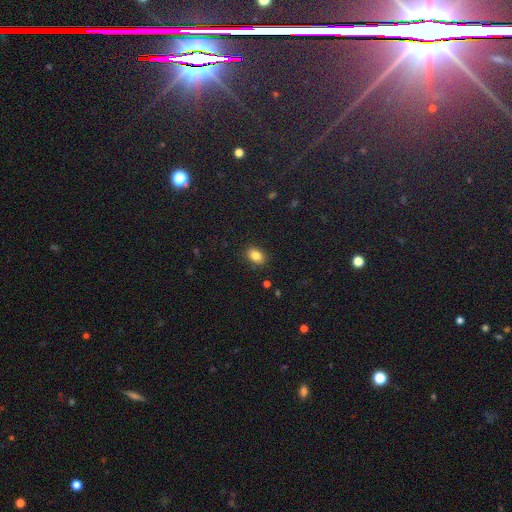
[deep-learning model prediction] Smooth or featured?
  - smooth: 84% *
  - star or artifact: 10%
  - featured or disk: 6%
How rounded?
  - in between: 81% *
  - round: 18%
  - cigar-shaped: 1%
Merging?
  - none: 87% *
  - minor disturbance: 9%
  - major disturbance: 3%
  - merger: 1%